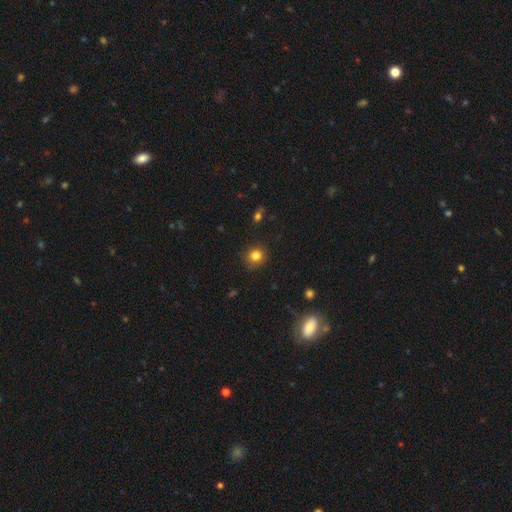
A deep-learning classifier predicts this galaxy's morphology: Smooth or featured: smooth — 81% (star or artifact — 12%)
How rounded: round — 85% (in between — 14%)
Merging: none — 85% (minor disturbance — 11%)